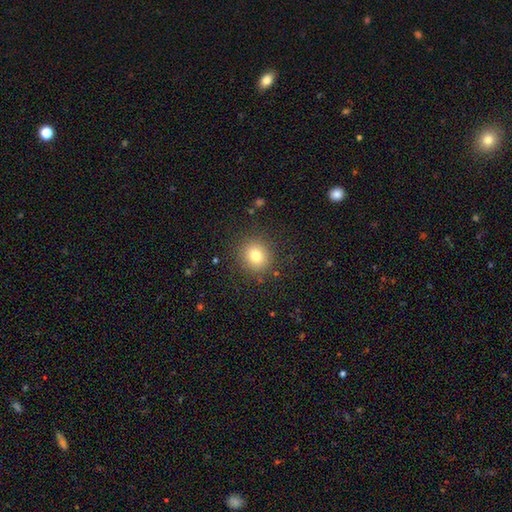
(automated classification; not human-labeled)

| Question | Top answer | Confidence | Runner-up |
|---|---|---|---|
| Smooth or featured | smooth | 78% | star or artifact (13%) |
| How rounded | round | 86% | in between (13%) |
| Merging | none | 88% | minor disturbance (8%) |